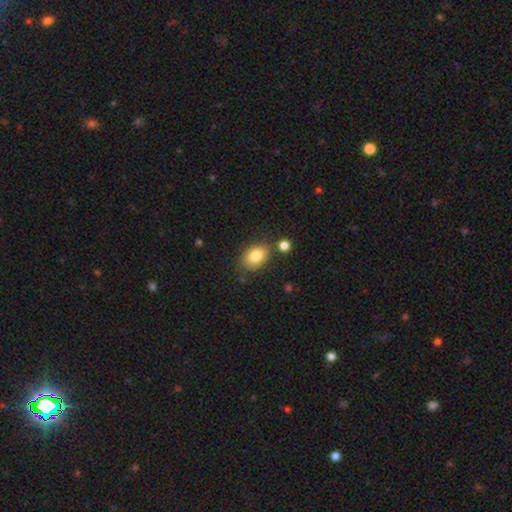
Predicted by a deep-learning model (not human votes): This is clearly a smooth galaxy (81%). How rounded: likely in between (79%). Merging: likely none (75%).